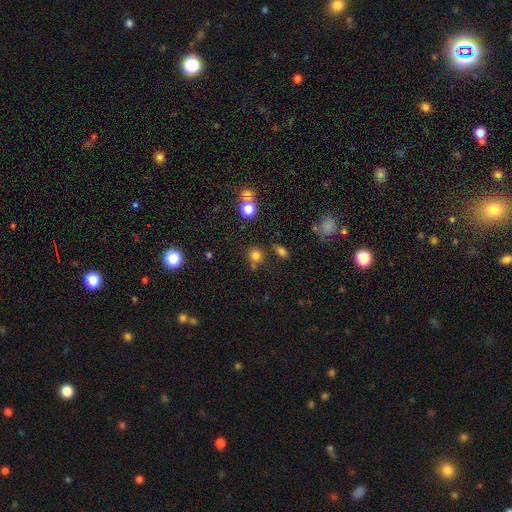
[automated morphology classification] Q: Smooth or featured?
A: smooth (76%); runner-up: star or artifact (18%)
Q: How rounded?
A: round (85%); runner-up: in between (14%)
Q: Merging?
A: none (70%); runner-up: merger (13%)